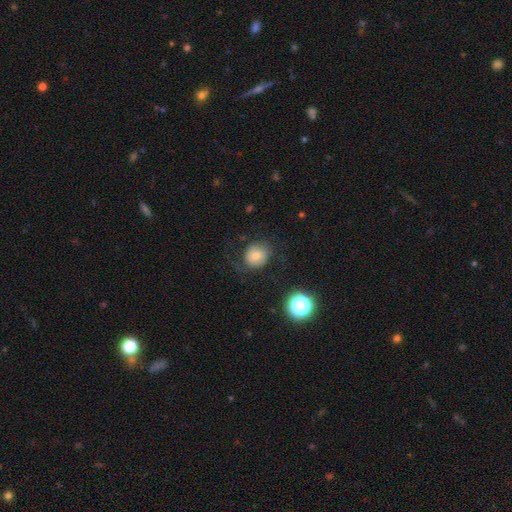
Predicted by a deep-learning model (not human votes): A smooth galaxy with no disk features (65%) that is round (77%).

Vote fractions:
- Smooth or featured? smooth: 65% / featured or disk: 23% / star or artifact: 12%
- How rounded? round: 77% / in between: 22% / cigar-shaped: 1%
- Merging? none: 62% / minor disturbance: 19% / major disturbance: 17% / merger: 2%